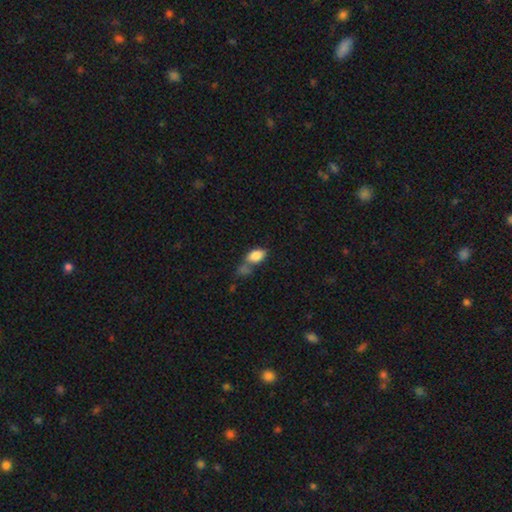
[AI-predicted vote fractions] This appears to be a smooth galaxy with no disk features (84%) that is in between round and cigar-shaped (89%). Merging: merger (38%).